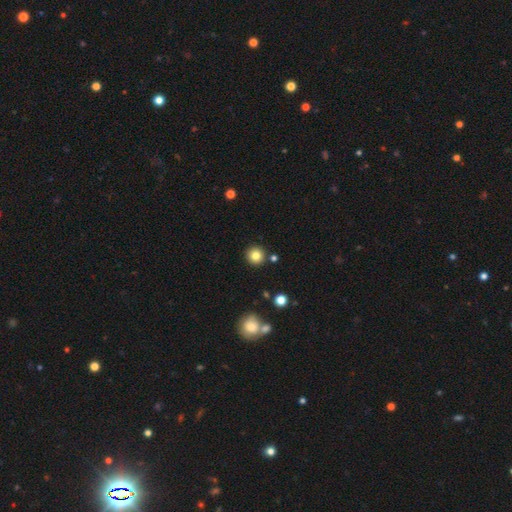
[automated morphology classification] Q: Smooth or featured?
A: smooth (82%); runner-up: star or artifact (11%)
Q: How rounded?
A: round (95%); runner-up: in between (5%)
Q: Merging?
A: none (89%); runner-up: minor disturbance (6%)